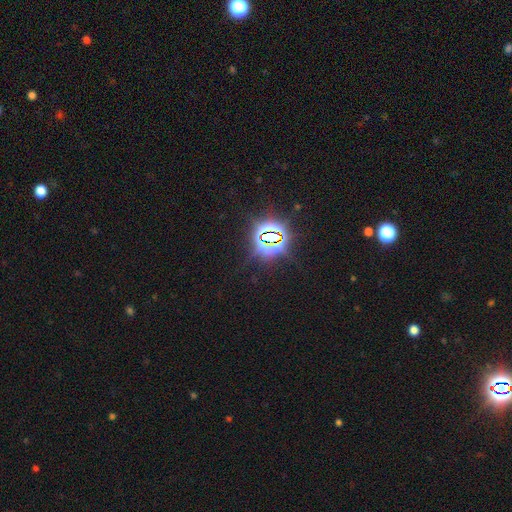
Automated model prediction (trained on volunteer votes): Smooth or featured: star or artifact — 83% (smooth — 11%)